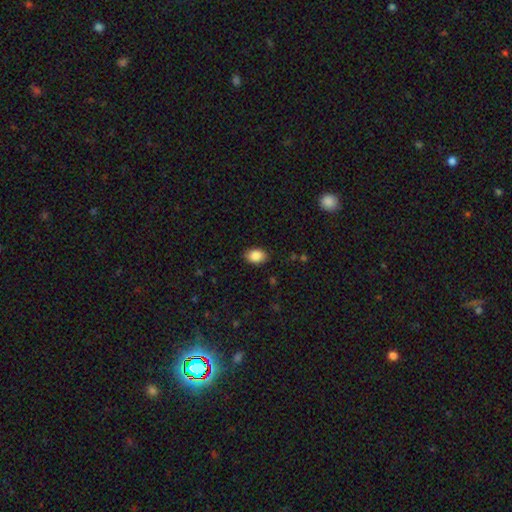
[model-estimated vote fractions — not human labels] A smooth galaxy with no disk features (88%) that is in between round and cigar-shaped (82%).

Vote fractions:
- Smooth or featured? smooth: 88% / star or artifact: 8% / featured or disk: 4%
- How rounded? in between: 82% / round: 16% / cigar-shaped: 1%
- Merging? none: 88% / minor disturbance: 9% / major disturbance: 2% / merger: 1%